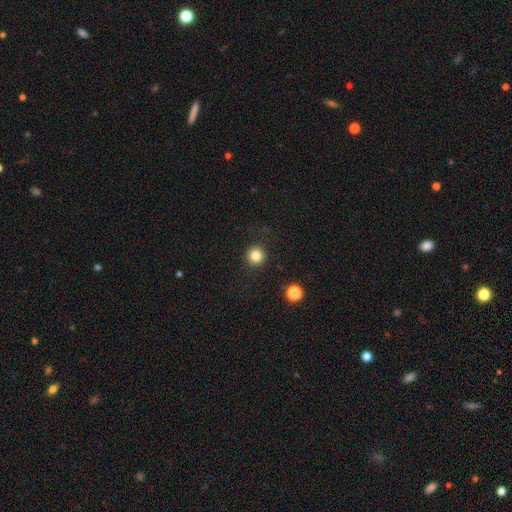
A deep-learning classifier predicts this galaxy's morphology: Smooth or featured: smooth — 83% (star or artifact — 12%)
How rounded: round — 95% (in between — 4%)
Merging: none — 91% (minor disturbance — 6%)